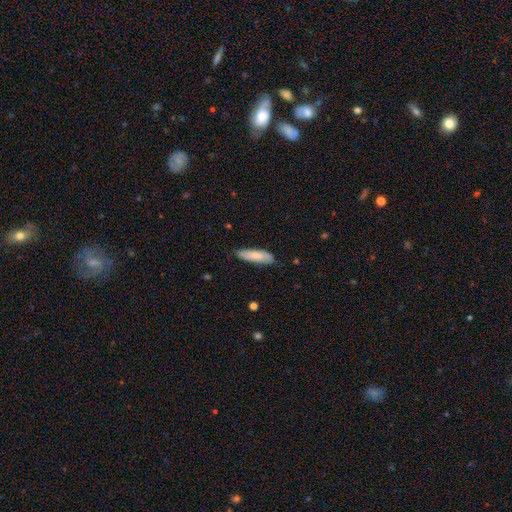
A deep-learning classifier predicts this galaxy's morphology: Q: Smooth or featured?
A: smooth (80%); runner-up: featured or disk (15%)
Q: How rounded?
A: cigar-shaped (59%); runner-up: in between (39%)
Q: Merging?
A: none (78%); runner-up: minor disturbance (17%)